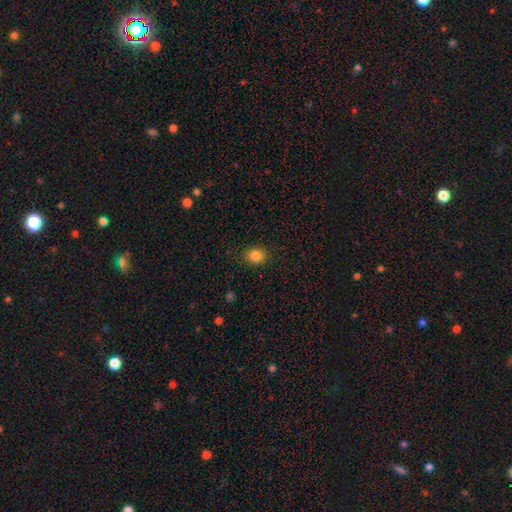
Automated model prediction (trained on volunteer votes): smooth_or_featured: smooth (p=0.85) [alt: star or artifact p=0.11]
how_rounded: round (p=0.65) [alt: in between p=0.34]
merging: none (p=0.88) [alt: minor disturbance p=0.09]